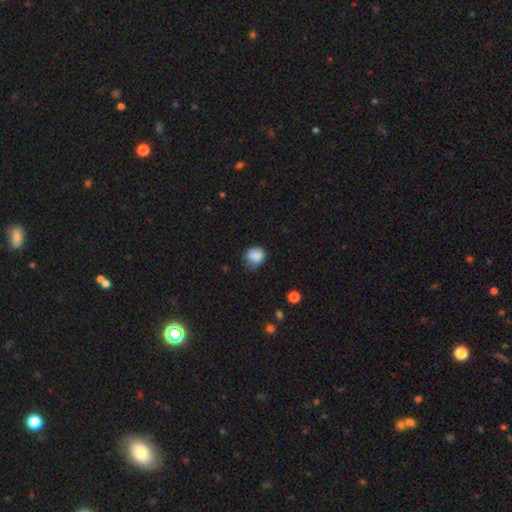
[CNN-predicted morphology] type=smooth (85%); roundness=round (78%); merging=none (58%).